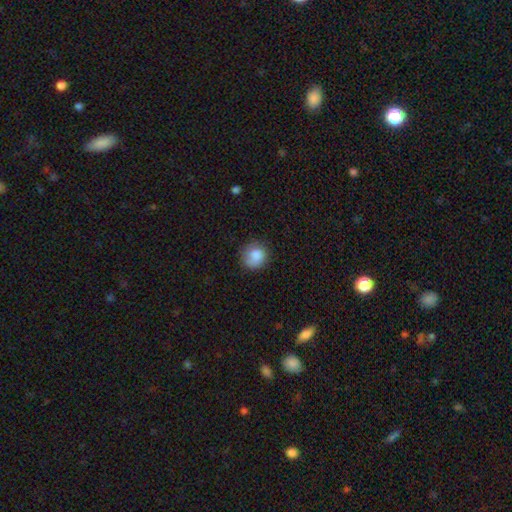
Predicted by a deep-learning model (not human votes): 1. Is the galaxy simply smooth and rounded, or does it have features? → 83% smooth, 9% featured or disk, 8% star or artifact.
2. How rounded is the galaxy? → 84% round, 15% in between, 1% cigar-shaped.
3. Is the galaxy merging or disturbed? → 73% none, 19% minor disturbance, 6% major disturbance, 2% merger.